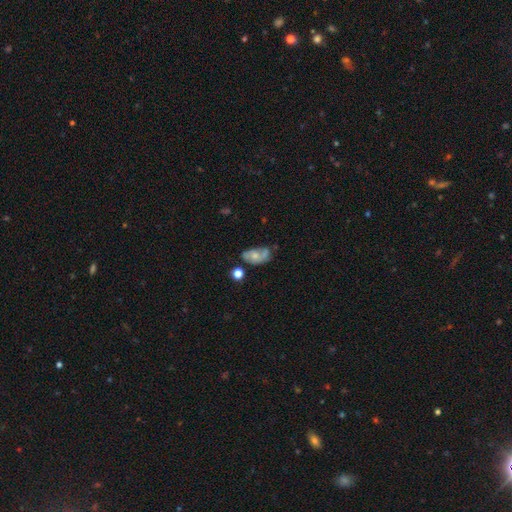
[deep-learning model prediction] smooth_or_featured: smooth (p=0.46) [alt: featured or disk p=0.45]
merging: none (p=0.40) [alt: minor disturbance p=0.29]